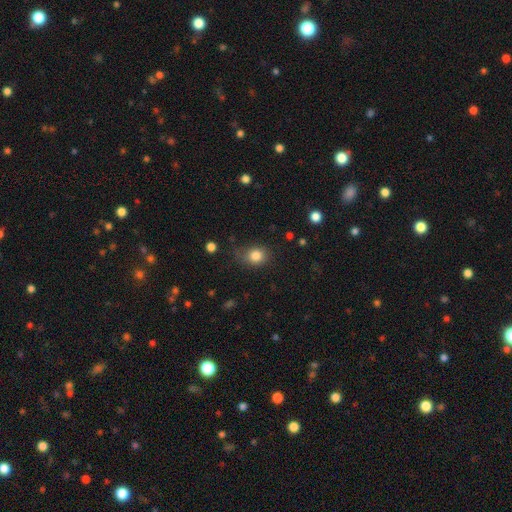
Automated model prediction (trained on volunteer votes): Smooth or featured: smooth — 83% (star or artifact — 11%)
How rounded: round — 66% (in between — 33%)
Merging: none — 70% (minor disturbance — 22%)